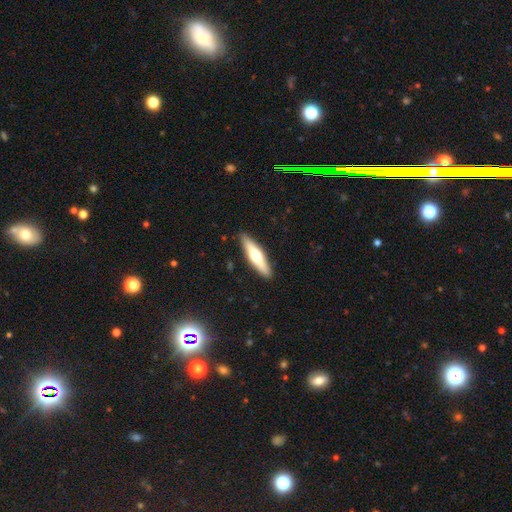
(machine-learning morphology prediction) This appears to be a smooth galaxy with no disk features (51%) that is cigar-shaped (74%). Merging: none (89%).